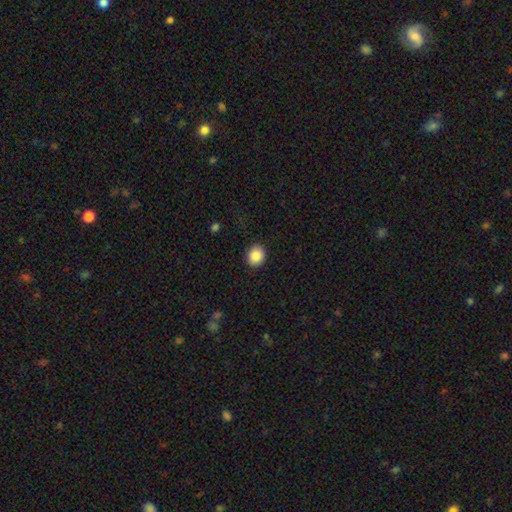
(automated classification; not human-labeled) This appears to be a smooth galaxy with no disk features (87%) that is round (68%). Merging: none (90%).